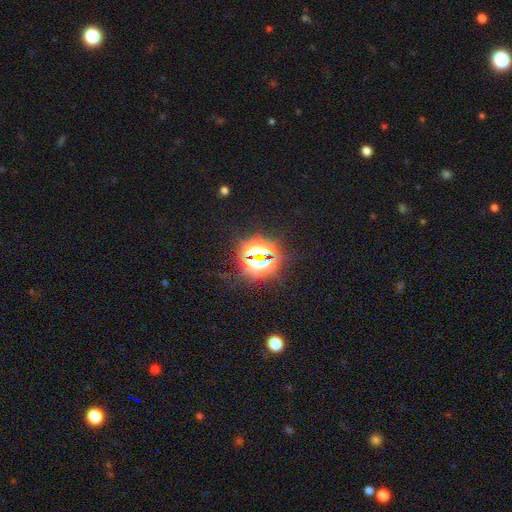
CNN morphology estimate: Smooth or featured? Predicted: star or artifact (p=0.71).